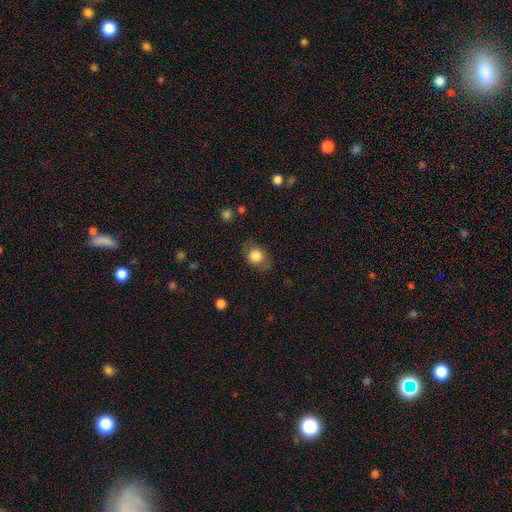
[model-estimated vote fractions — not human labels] This is likely a smooth galaxy (80%). How rounded: possibly in between (51%). Merging: likely none (77%).